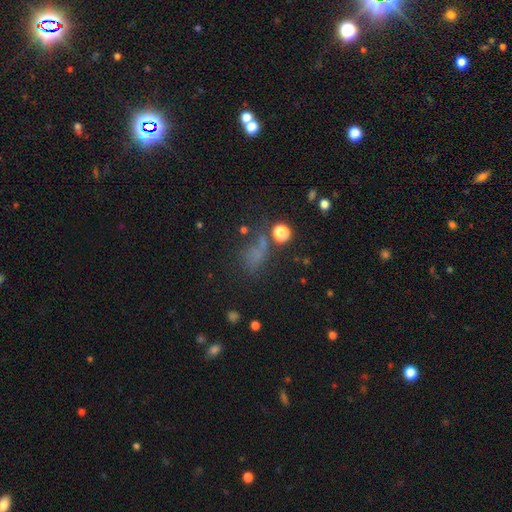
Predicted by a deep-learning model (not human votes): Smooth or featured? Predicted: smooth (p=0.54). How rounded? Predicted: in between (p=0.59). Merging? Predicted: none (p=0.46).